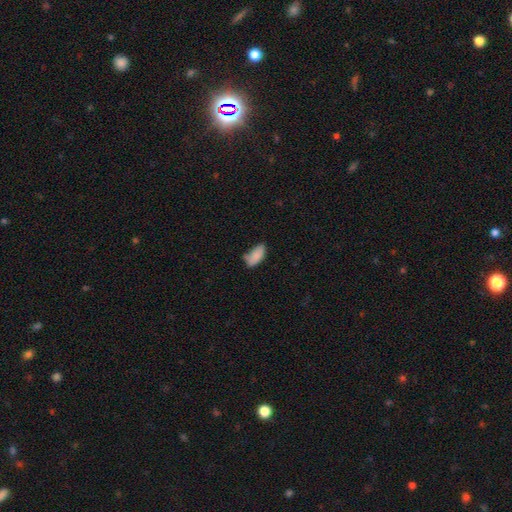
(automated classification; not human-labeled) This is clearly a smooth galaxy (84%). How rounded: clearly in between (90%). Merging: possibly none (53%).